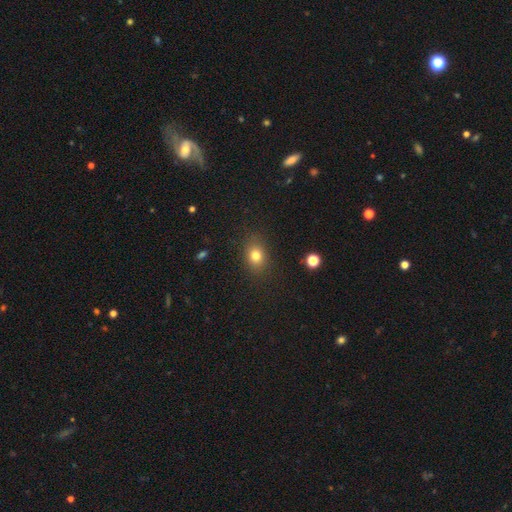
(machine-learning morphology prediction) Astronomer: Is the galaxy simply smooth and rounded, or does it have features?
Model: smooth — 79%.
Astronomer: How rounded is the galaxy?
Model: in between — 61% (runner-up: round, 37%).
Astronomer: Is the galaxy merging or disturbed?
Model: none — 85%.